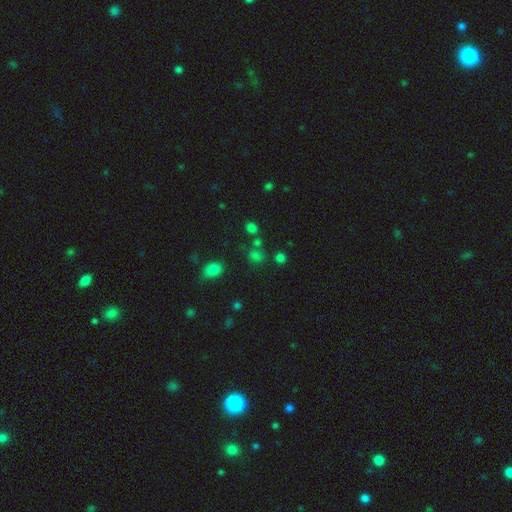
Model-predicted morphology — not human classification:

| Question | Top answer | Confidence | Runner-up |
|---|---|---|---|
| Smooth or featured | smooth | 66% | star or artifact (27%) |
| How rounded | round | 64% | in between (34%) |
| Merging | none | 63% | merger (17%) |